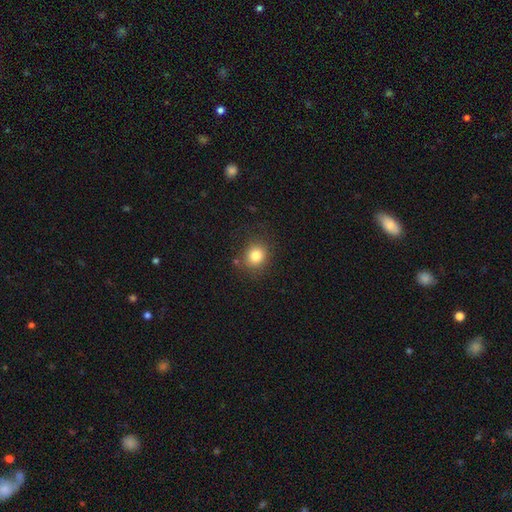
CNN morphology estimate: The model was most divided on "how rounded": round: 76%, in between: 23%, cigar-shaped: 1%. More confident: merging — none (82%); smooth or featured — smooth (81%).